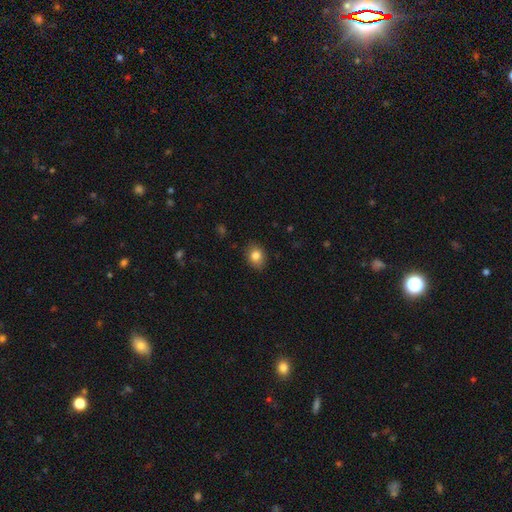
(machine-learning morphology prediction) Smooth or featured? smooth (83%)
How rounded? in between (52%)
Merging? none (85%)